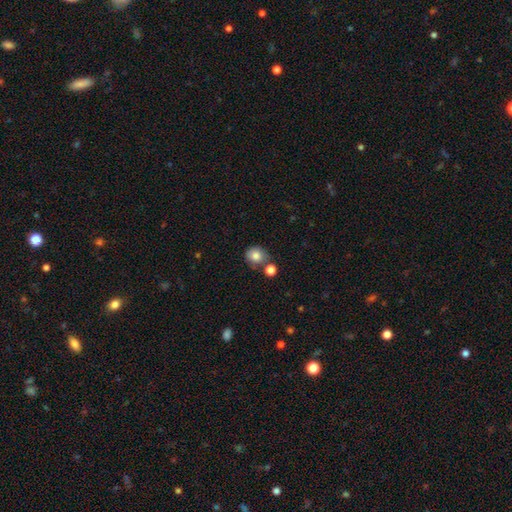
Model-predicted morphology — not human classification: The model was most divided on "merging": none: 66%, merger: 17%, minor disturbance: 13%, major disturbance: 4%. More confident: how rounded — round (83%); smooth or featured — smooth (82%).